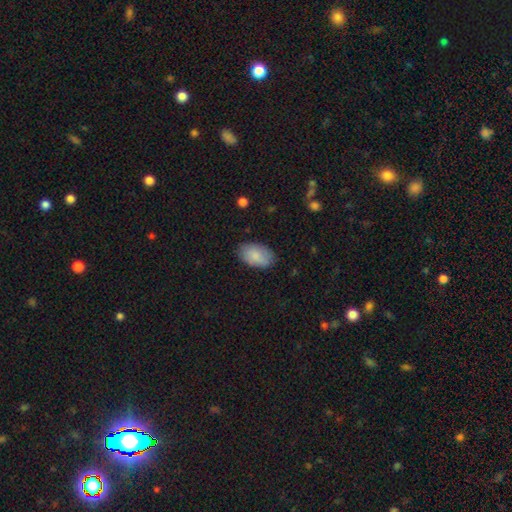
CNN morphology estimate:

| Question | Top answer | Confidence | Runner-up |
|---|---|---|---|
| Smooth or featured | smooth | 84% | featured or disk (10%) |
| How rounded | in between | 93% | round (6%) |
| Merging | none | 82% | minor disturbance (14%) |